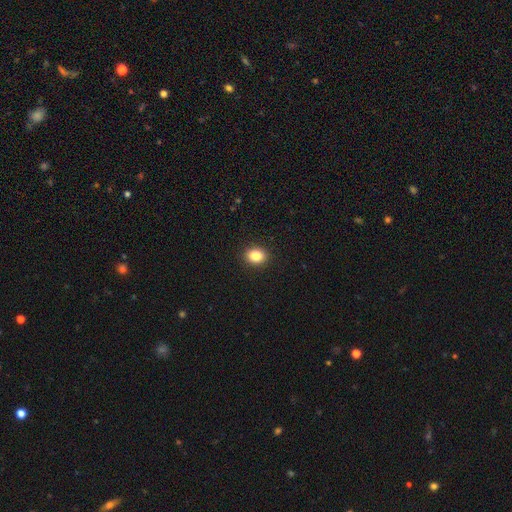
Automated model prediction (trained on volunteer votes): smooth_or_featured: smooth (p=0.86) [alt: star or artifact p=0.10]
how_rounded: round (p=0.54) [alt: in between p=0.46]
merging: none (p=0.91) [alt: minor disturbance p=0.06]